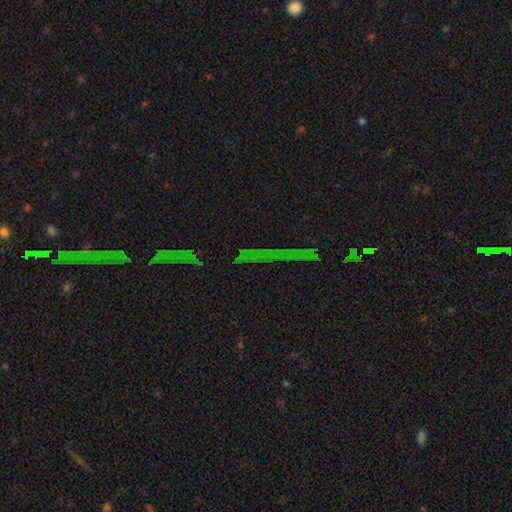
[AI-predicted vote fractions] This appears to be a star or artifact, not a galaxy (74%).